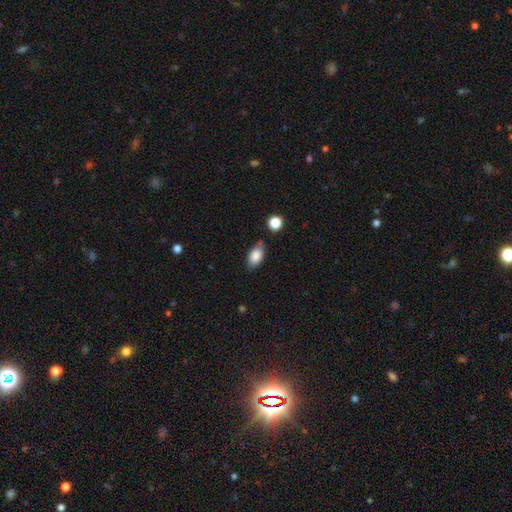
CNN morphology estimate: Overall: smooth (84%). How rounded: in between (91%). Merging: none (75%).